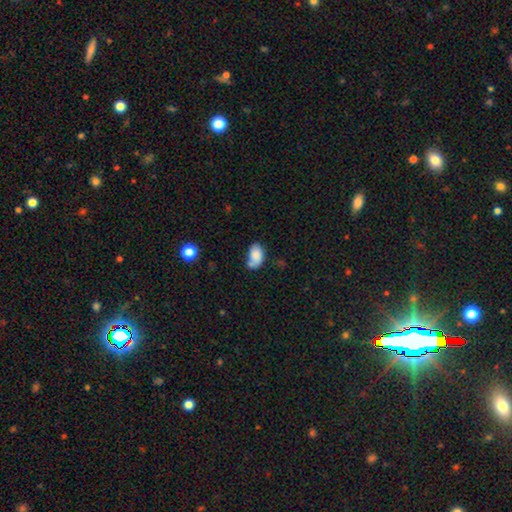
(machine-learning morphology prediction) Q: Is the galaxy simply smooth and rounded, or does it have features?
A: smooth — 80%.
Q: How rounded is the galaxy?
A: in between — 90%.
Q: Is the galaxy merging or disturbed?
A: none — 45%.